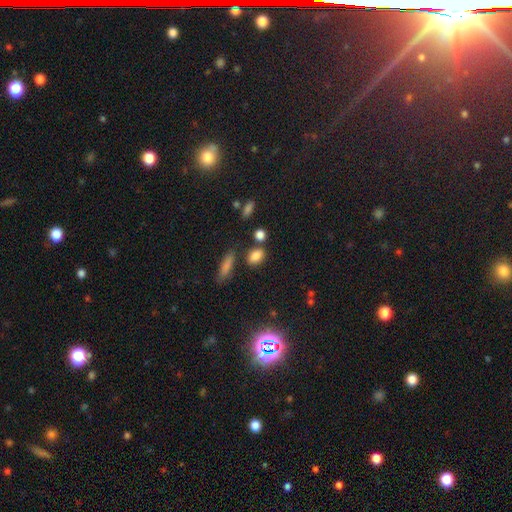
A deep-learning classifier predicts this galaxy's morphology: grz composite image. It shows a smooth galaxy with no disk features (83%) that is in between round and cigar-shaped (72%). Merging: none (72%).